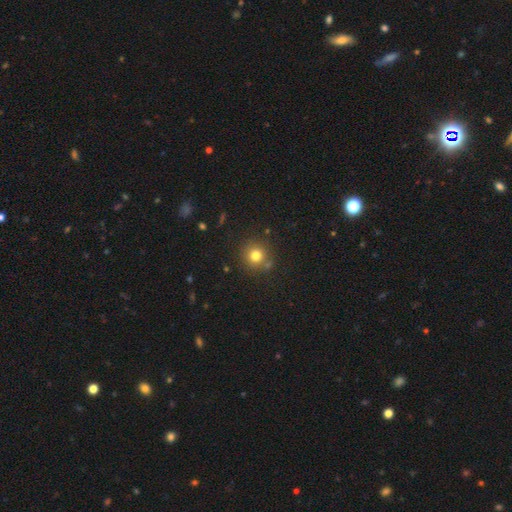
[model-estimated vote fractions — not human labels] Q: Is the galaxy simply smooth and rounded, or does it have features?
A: smooth — 78%.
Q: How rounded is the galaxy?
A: round — 92%.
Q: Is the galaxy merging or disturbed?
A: none — 80%.